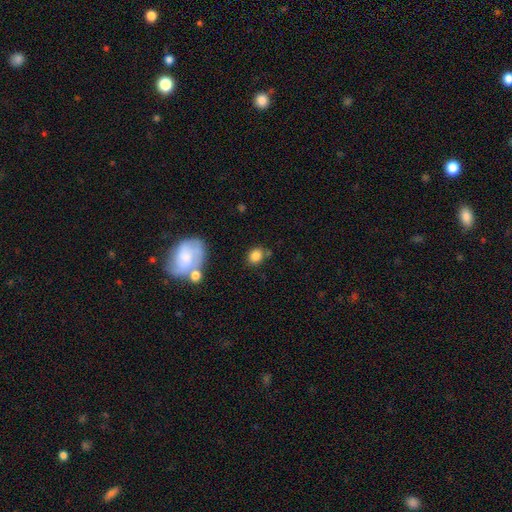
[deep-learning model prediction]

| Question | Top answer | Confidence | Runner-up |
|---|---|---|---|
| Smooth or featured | smooth | 83% | star or artifact (10%) |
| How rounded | round | 55% | in between (44%) |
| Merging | none | 67% | minor disturbance (16%) |